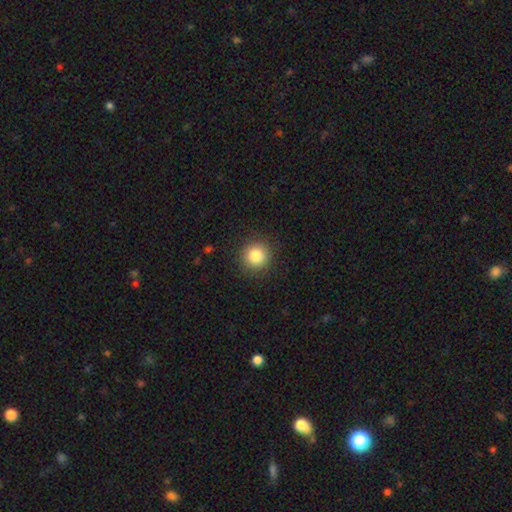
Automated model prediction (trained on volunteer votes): smooth_or_featured: smooth (p=0.84) [alt: star or artifact p=0.10]
how_rounded: round (p=0.93) [alt: in between p=0.06]
merging: none (p=0.90) [alt: minor disturbance p=0.07]